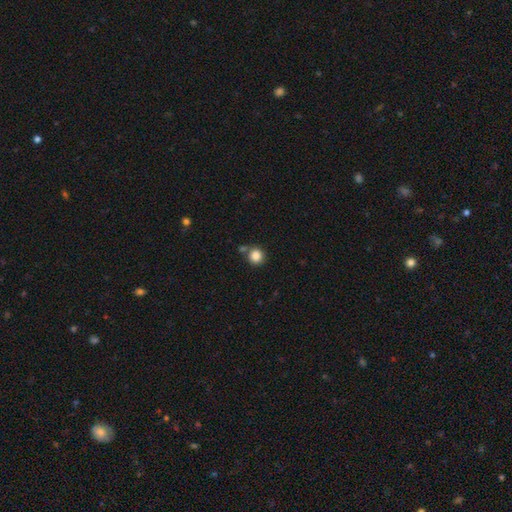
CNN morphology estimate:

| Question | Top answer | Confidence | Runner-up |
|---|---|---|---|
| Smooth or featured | smooth | 86% | star or artifact (10%) |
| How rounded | round | 89% | in between (10%) |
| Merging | none | 67% | merger (17%) |